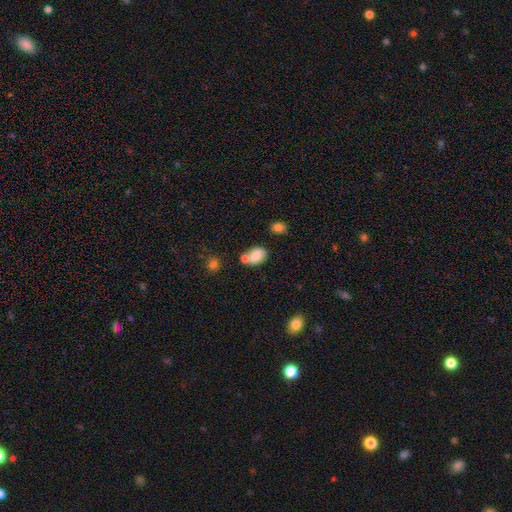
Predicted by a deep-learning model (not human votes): smooth 76%, featured or disk 15%, star or artifact 9%. Down the decision tree: how rounded — in between (79%); merging — none (50%).